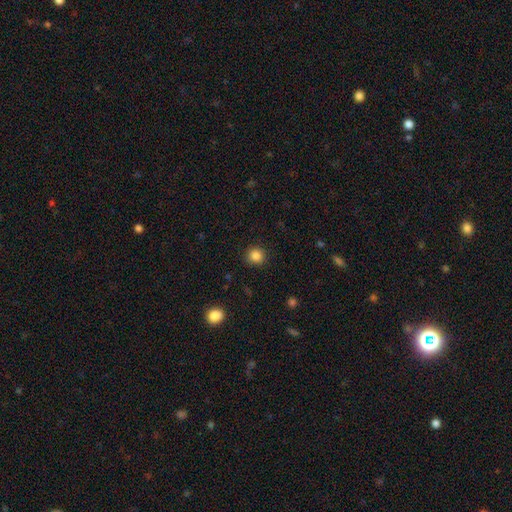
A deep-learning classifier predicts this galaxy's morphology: smooth-or-featured: smooth: 85% | star or artifact: 11% | featured or disk: 4%
  how-rounded: round: 92% | in between: 7% | cigar-shaped: 1%
  merging: none: 90% | minor disturbance: 6% | major disturbance: 2% | merger: 1%